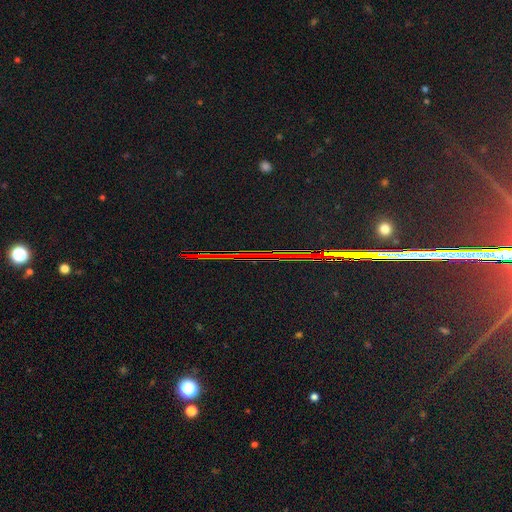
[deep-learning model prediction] Smooth or featured? star or artifact (84%)